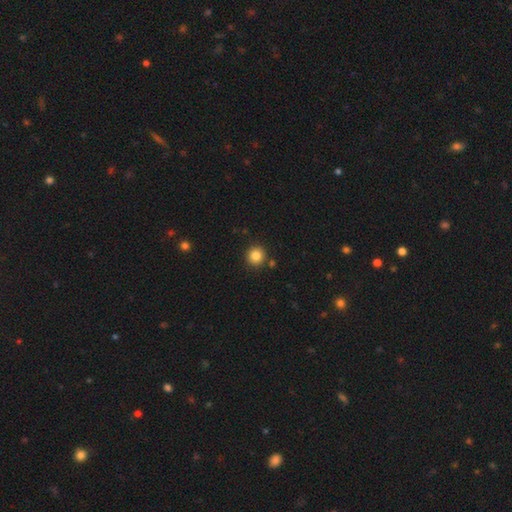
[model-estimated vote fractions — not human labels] Morphology: type=smooth (85%); roundness=round (93%); merging=none (88%).